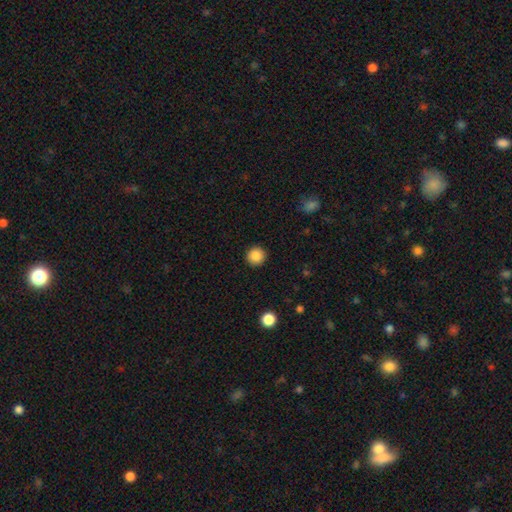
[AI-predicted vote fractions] Smooth or featured? smooth (87%)
How rounded? round (95%)
Merging? none (92%)